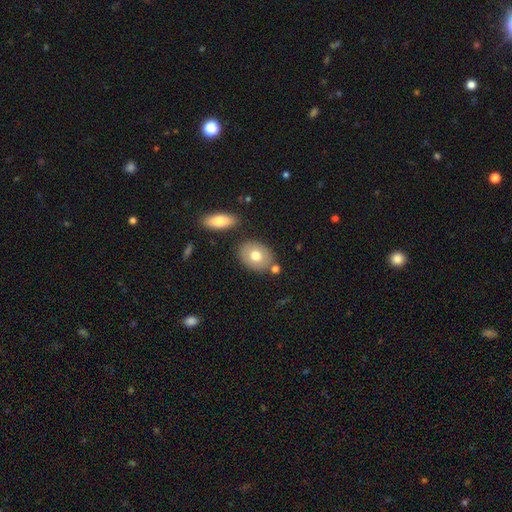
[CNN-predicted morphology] smooth-or-featured: smooth: 72% | featured or disk: 21% | star or artifact: 7%
  how-rounded: in between: 74% | round: 25% | cigar-shaped: 1%
  merging: none: 76% | minor disturbance: 12% | merger: 9% | major disturbance: 3%